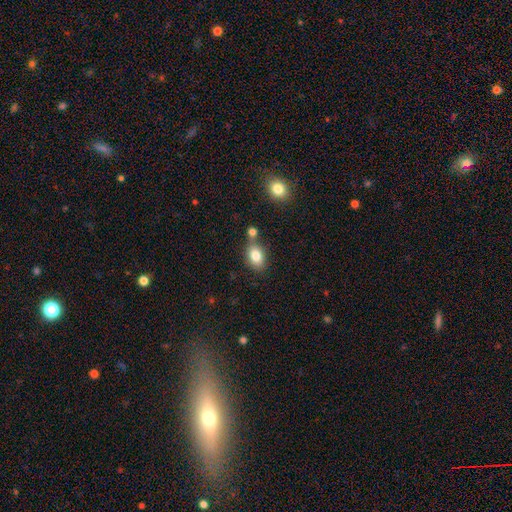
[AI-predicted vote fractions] A smooth galaxy with no disk features (82%) that is in between round and cigar-shaped (75%).

Vote fractions:
- Smooth or featured? smooth: 82% / featured or disk: 9% / star or artifact: 9%
- How rounded? in between: 75% / round: 24% / cigar-shaped: 1%
- Merging? none: 59% / merger: 23% / minor disturbance: 14% / major disturbance: 4%